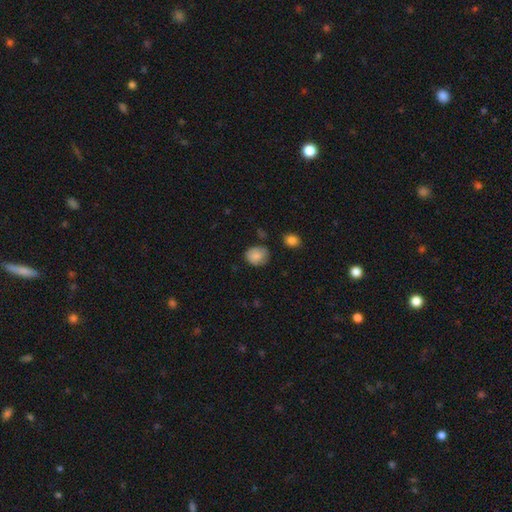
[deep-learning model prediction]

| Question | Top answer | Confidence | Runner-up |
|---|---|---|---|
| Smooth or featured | smooth | 84% | star or artifact (8%) |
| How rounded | round | 63% | in between (37%) |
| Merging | none | 66% | minor disturbance (25%) |